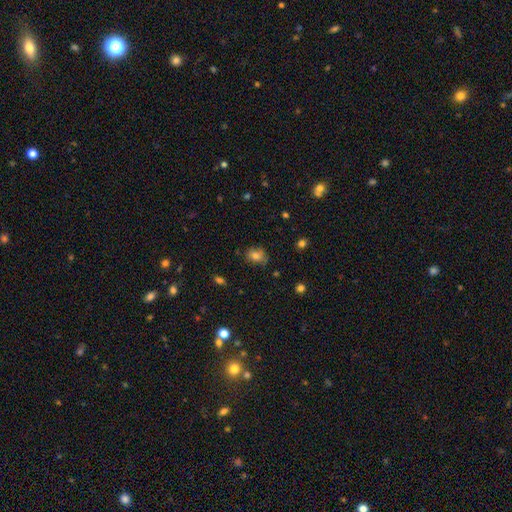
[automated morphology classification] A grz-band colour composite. It shows a smooth galaxy with no disk features (78%) that is in between round and cigar-shaped (55%). Merging: none (69%).